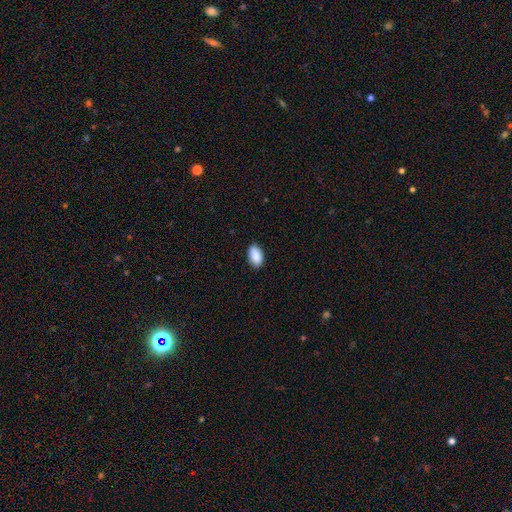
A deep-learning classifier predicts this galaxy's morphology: smooth_or_featured: smooth (p=0.90) [alt: star or artifact p=0.07]
how_rounded: in between (p=0.94) [alt: round p=0.05]
merging: none (p=0.87) [alt: minor disturbance p=0.11]